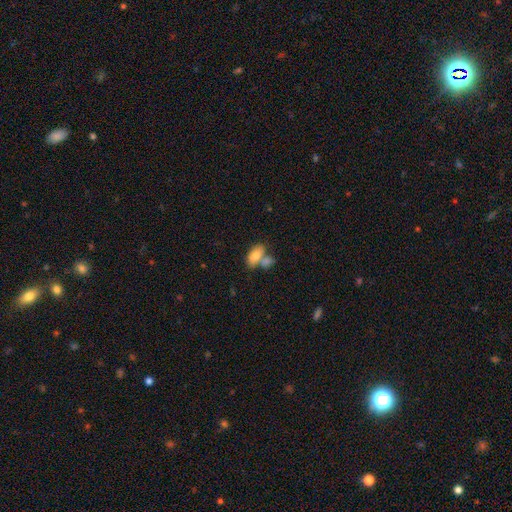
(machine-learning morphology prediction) This appears to be a smooth galaxy with no disk features (77%) that is in between round and cigar-shaped (90%). Merging: merger (46%).